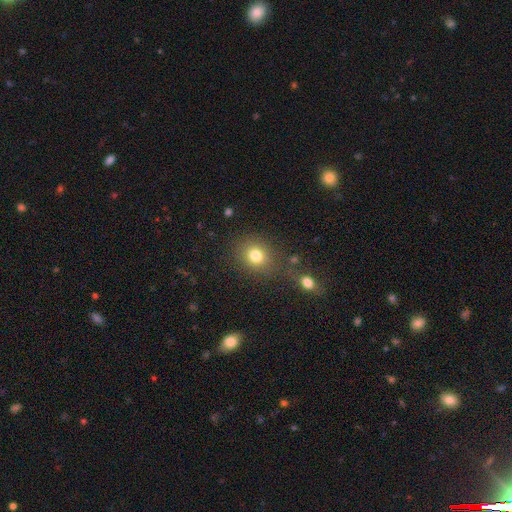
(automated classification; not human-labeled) Overall: smooth (79%). How rounded: round (74%). Merging: none (75%).